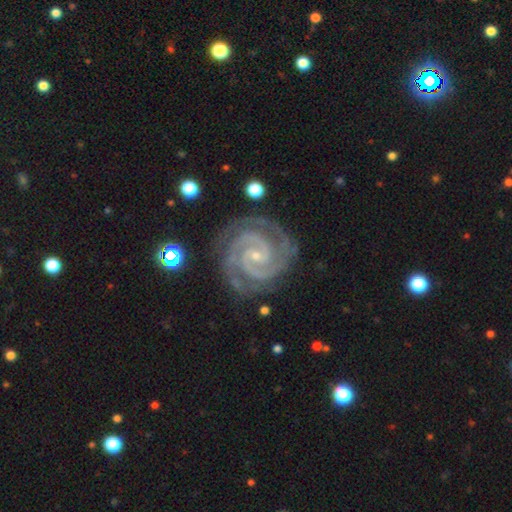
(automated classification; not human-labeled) smooth_or_featured: featured or disk (p=0.94) [alt: star or artifact p=0.04]
disk_edge_on: no (p=0.98) [alt: yes p=0.02]
bar: no (p=0.45) [alt: weak p=0.37]
has_spiral_arms: yes (p=0.99) [alt: no p=0.01]
spiral_winding: tight (p=0.75) [alt: medium p=0.23]
spiral_arm_count: 2 (p=0.71) [alt: 3 p=0.17]
bulge_size: small (p=0.83) [alt: moderate p=0.13]
merging: none (p=0.80) [alt: minor disturbance p=0.14]